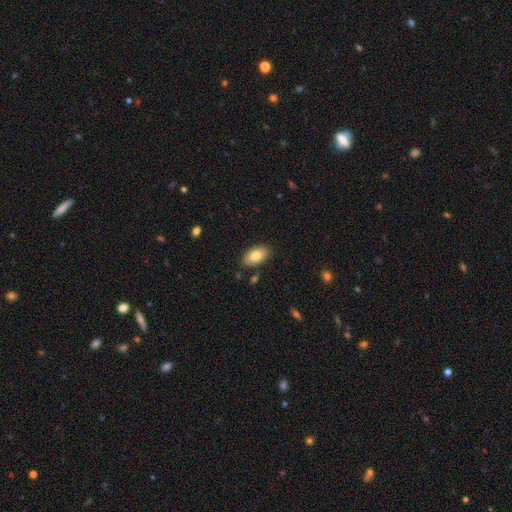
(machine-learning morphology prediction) This is clearly a smooth galaxy (81%). How rounded: clearly in between (94%). Merging: clearly none (85%).